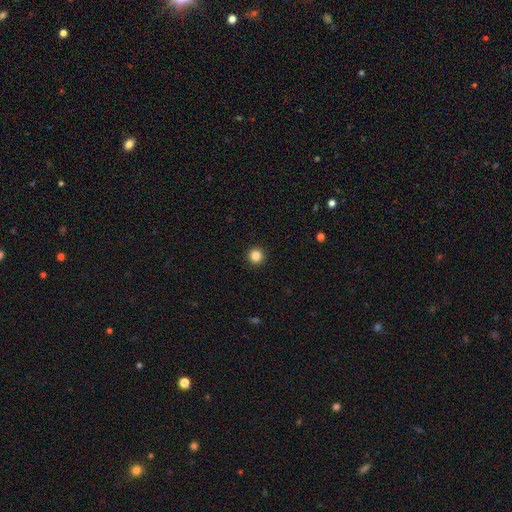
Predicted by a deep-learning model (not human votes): A smooth galaxy with no disk features (85%) that is round (96%).

Vote fractions:
- Smooth or featured? smooth: 85% / star or artifact: 12% / featured or disk: 4%
- How rounded? round: 96% / in between: 3% / cigar-shaped: 1%
- Merging? none: 94% / minor disturbance: 4% / major disturbance: 1% / merger: 1%